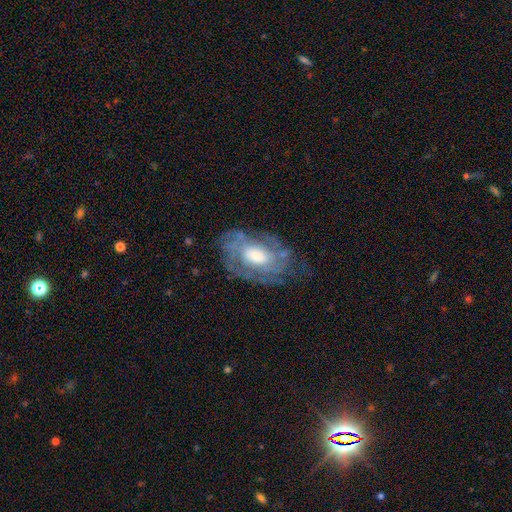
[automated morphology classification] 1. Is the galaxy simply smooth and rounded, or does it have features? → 72% featured or disk, 21% smooth, 7% star or artifact.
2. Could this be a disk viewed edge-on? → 95% no, 5% yes.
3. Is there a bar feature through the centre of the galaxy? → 69% no, 26% weak, 6% strong.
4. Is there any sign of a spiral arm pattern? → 72% yes, 28% no.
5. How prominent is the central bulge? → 44% moderate, 41% large, 9% small, 3% dominant, 3% none.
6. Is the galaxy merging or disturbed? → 60% none, 24% minor disturbance, 14% major disturbance, 2% merger.